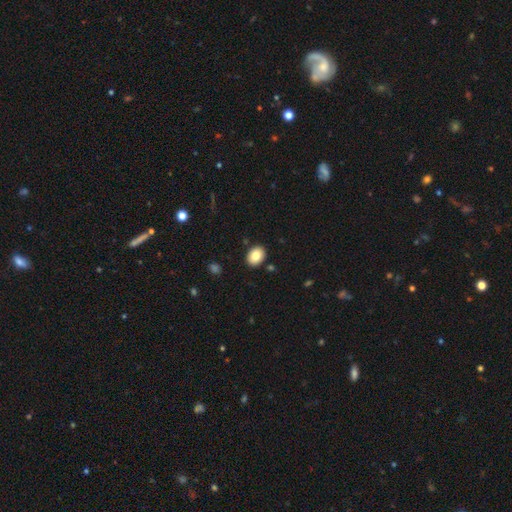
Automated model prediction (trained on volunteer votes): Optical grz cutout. It shows a smooth galaxy with no disk features (84%) that is in between round and cigar-shaped (69%). Merging: none (88%).